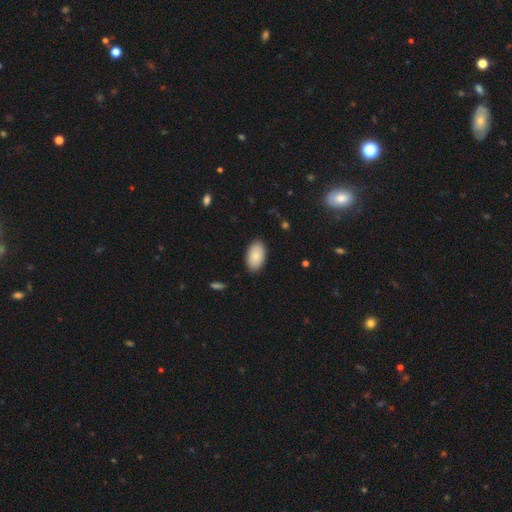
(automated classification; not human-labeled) Smooth or featured? Predicted: smooth (p=0.85). How rounded? Predicted: in between (p=0.95). Merging? Predicted: none (p=0.88).